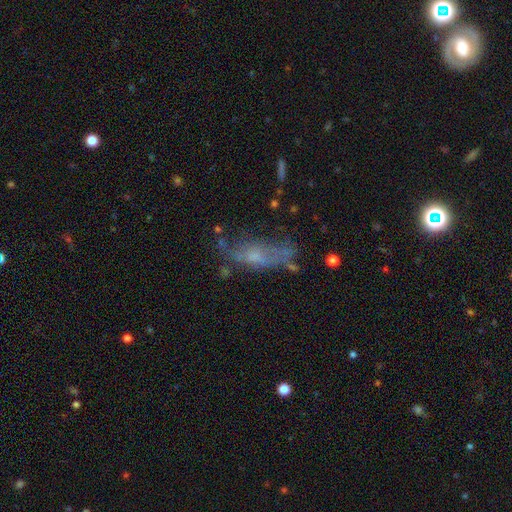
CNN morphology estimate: This is marginally a featured or disk galaxy (43%, tied with smooth). Merging: marginally none (40%).